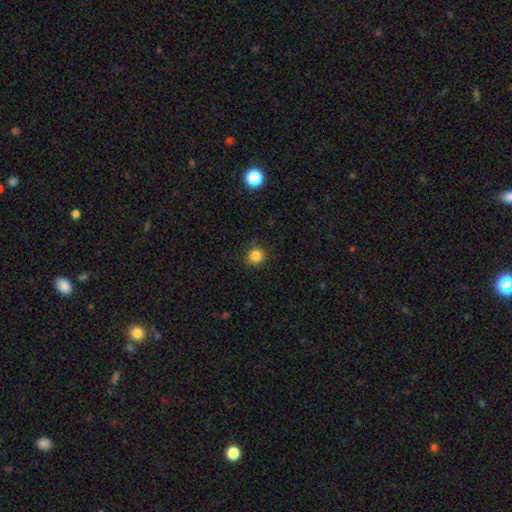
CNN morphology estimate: smooth_or_featured: smooth (p=0.84) [alt: star or artifact p=0.12]
how_rounded: round (p=0.89) [alt: in between p=0.10]
merging: none (p=0.87) [alt: minor disturbance p=0.09]